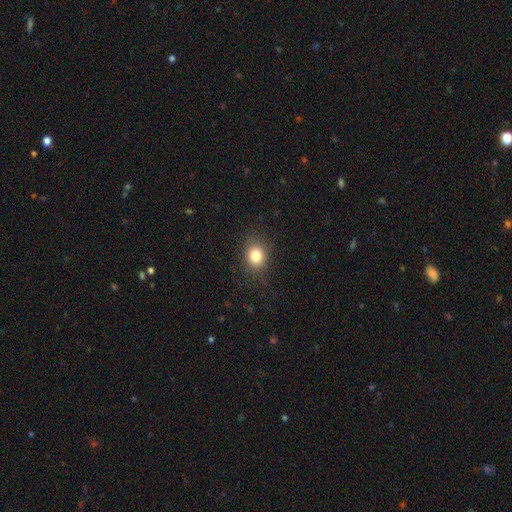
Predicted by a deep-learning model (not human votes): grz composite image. It shows a smooth galaxy with no disk features (81%) that is round (59%). Merging: none (86%).